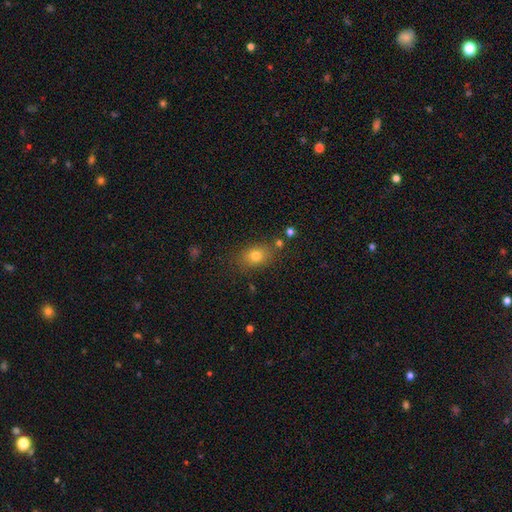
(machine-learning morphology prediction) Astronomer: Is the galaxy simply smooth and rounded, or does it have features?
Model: smooth — 76%.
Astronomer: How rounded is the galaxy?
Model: in between — 64%.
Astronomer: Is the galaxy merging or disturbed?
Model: none — 77%.